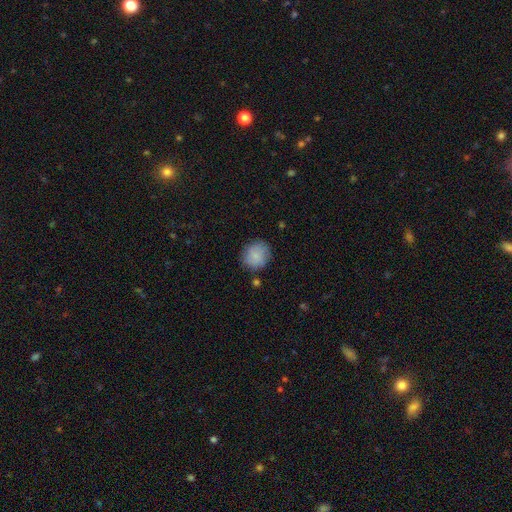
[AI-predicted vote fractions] Morphology: type=smooth (81%); roundness=round (81%); merging=none (77%).